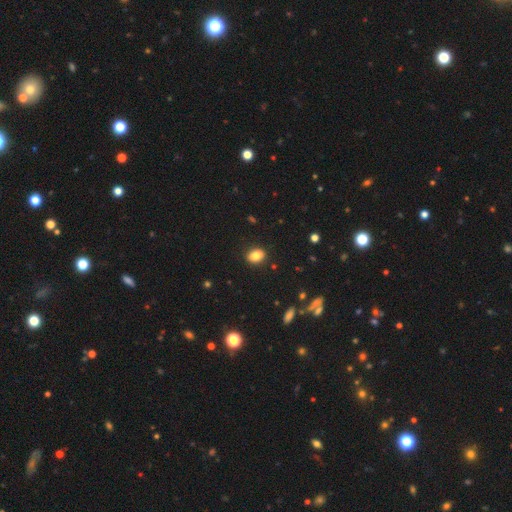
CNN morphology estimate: This appears to be a smooth galaxy with no disk features (84%) that is in between round and cigar-shaped (69%). Merging: none (88%).